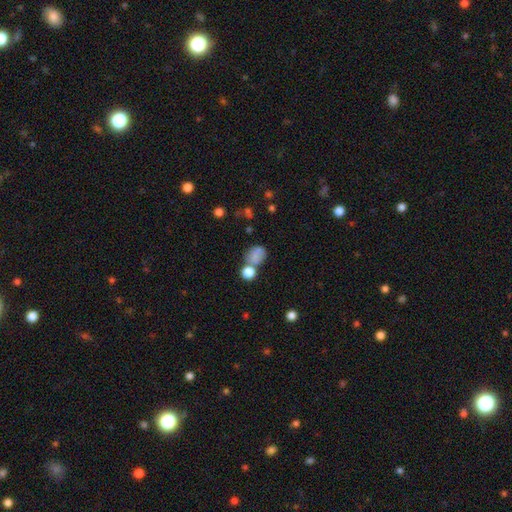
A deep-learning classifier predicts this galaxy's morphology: smooth_or_featured: smooth (p=0.77) [alt: star or artifact p=0.13]
how_rounded: round (p=0.50) [alt: in between p=0.48]
merging: none (p=0.46) [alt: merger p=0.28]